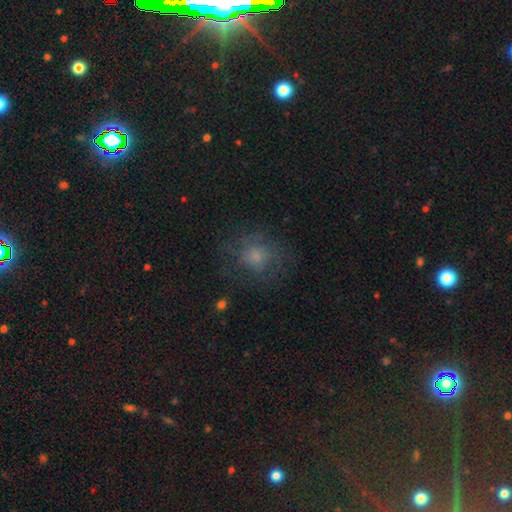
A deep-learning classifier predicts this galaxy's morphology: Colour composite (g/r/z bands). It shows a smooth galaxy with no disk features (56%) that is round (76%). Merging: none (62%).